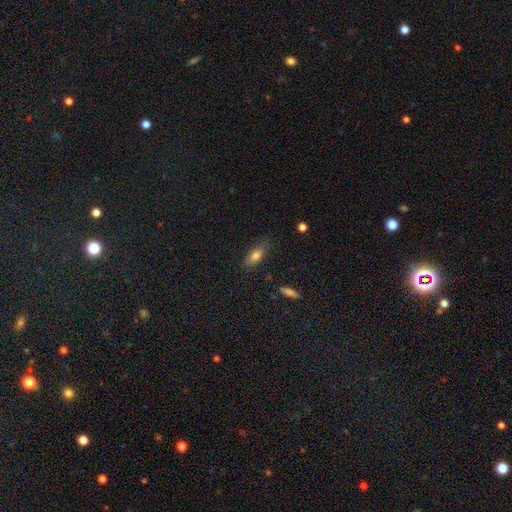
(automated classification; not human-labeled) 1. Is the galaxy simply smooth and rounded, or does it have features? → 75% smooth, 16% featured or disk, 8% star or artifact.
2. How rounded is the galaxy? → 75% in between, 21% cigar-shaped, 4% round.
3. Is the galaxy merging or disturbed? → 79% none, 16% minor disturbance, 3% major disturbance, 2% merger.